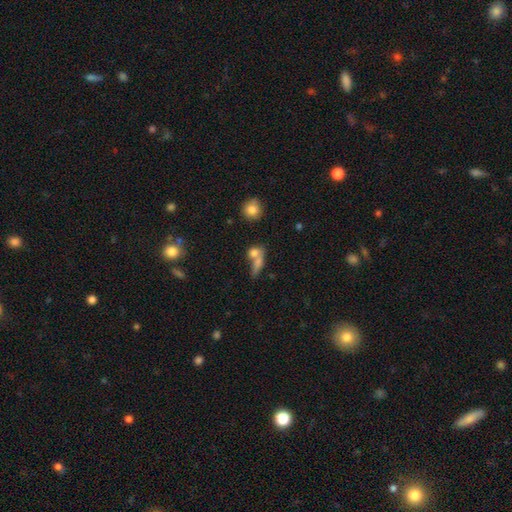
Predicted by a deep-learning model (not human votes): A smooth galaxy with no disk features (72%) that is in between round and cigar-shaped (48%). Merging: merger (49%).